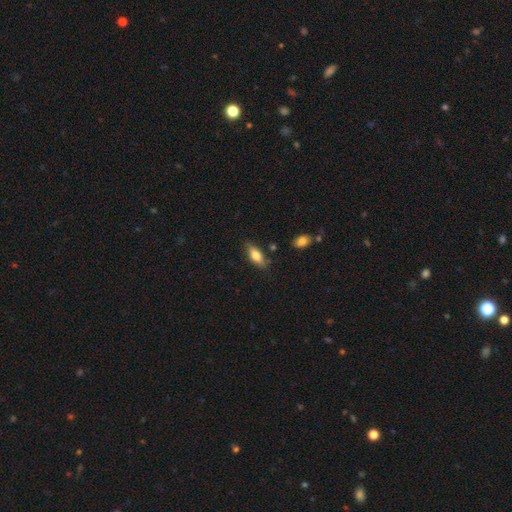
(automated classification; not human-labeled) The model was most divided on "how rounded": in between: 74%, cigar-shaped: 24%, round: 3%. More confident: merging — none (79%); smooth or featured — smooth (73%).